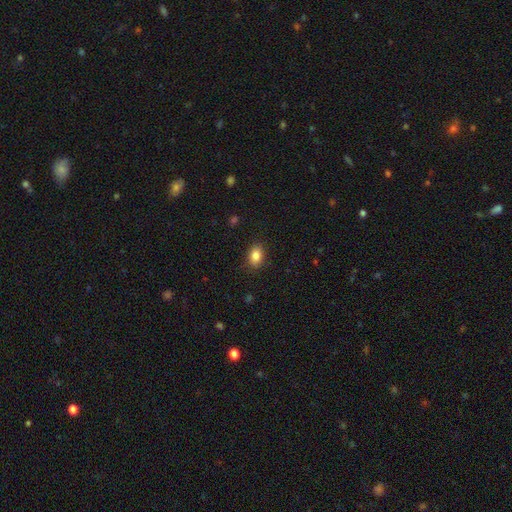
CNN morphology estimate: smooth_or_featured: smooth (p=0.86) [alt: star or artifact p=0.09]
how_rounded: in between (p=0.79) [alt: round p=0.19]
merging: none (p=0.87) [alt: minor disturbance p=0.09]